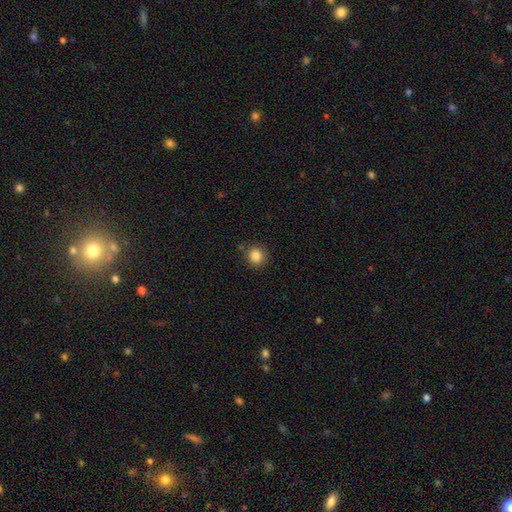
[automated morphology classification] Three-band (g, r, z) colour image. It shows a smooth galaxy with no disk features (85%) that is round (88%). Merging: none (83%).